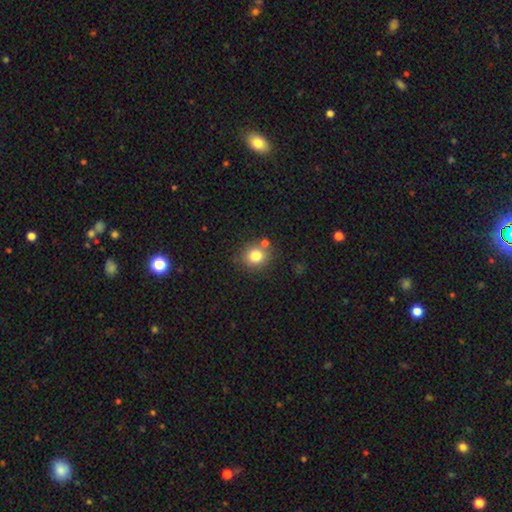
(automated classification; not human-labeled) Q: Smooth or featured?
A: smooth (79%); runner-up: star or artifact (12%)
Q: How rounded?
A: round (84%); runner-up: in between (15%)
Q: Merging?
A: none (76%); runner-up: merger (11%)